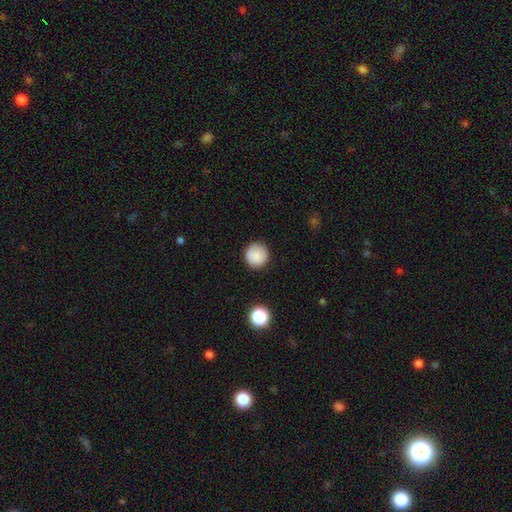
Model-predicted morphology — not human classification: The model was most divided on "smooth or featured": smooth: 87%, star or artifact: 9%, featured or disk: 4%. More confident: how rounded — round (94%); merging — none (90%).